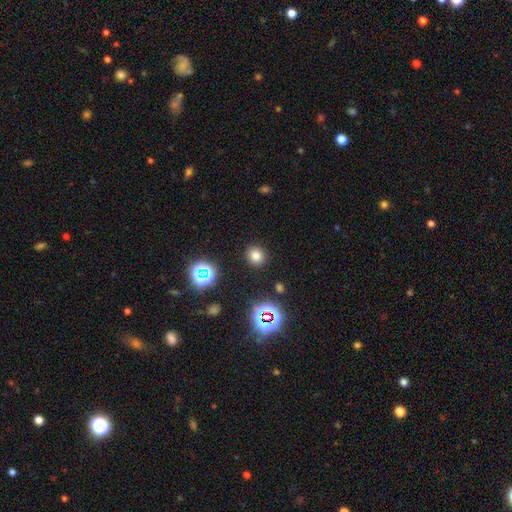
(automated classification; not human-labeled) A smooth galaxy with no disk features (75%) that is round (84%).

Vote fractions:
- Smooth or featured? smooth: 75% / star or artifact: 19% / featured or disk: 6%
- How rounded? round: 84% / in between: 15% / cigar-shaped: 1%
- Merging? none: 90% / minor disturbance: 6% / major disturbance: 3% / merger: 2%